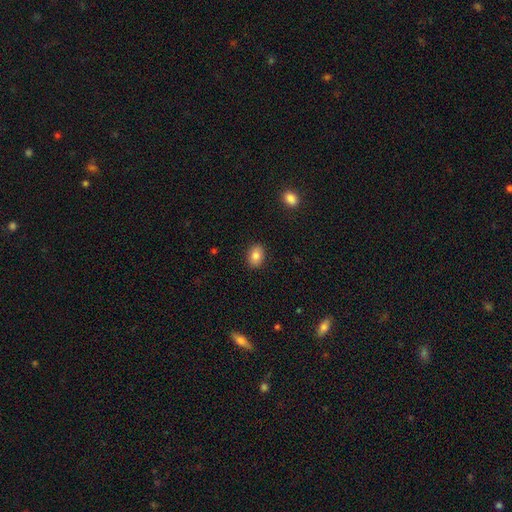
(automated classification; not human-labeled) This appears to be a smooth galaxy with no disk features (83%) that is in between round and cigar-shaped (75%). Merging: none (89%).